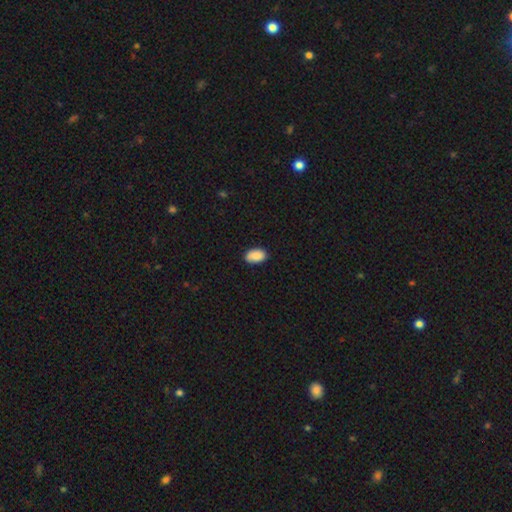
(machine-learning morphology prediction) A smooth galaxy with no disk features (89%) that is in between round and cigar-shaped (91%). Merging: none (85%).